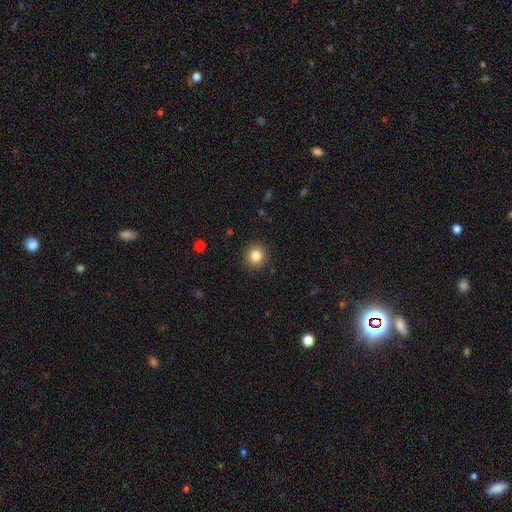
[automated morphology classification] smooth-or-featured: smooth: 83% | star or artifact: 11% | featured or disk: 6%
  how-rounded: round: 91% | in between: 8% | cigar-shaped: 1%
  merging: none: 91% | minor disturbance: 6% | major disturbance: 2% | merger: 1%